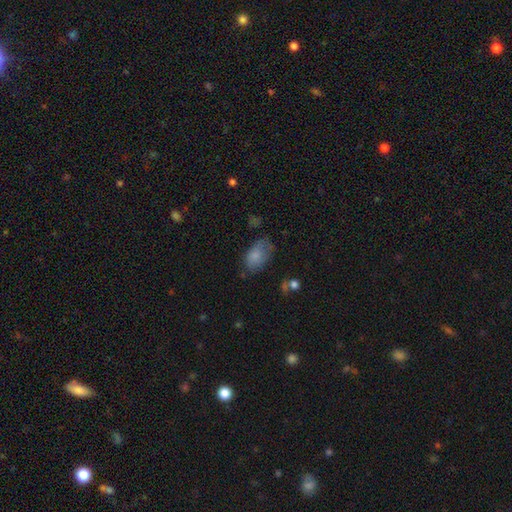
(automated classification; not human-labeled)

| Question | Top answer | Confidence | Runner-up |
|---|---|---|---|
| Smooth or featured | smooth | 80% | featured or disk (12%) |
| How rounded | in between | 92% | round (6%) |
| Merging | none | 57% | minor disturbance (29%) |